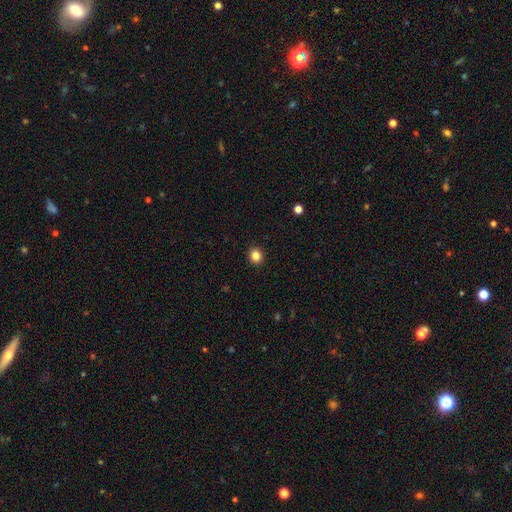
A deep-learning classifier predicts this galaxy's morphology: smooth 84%, star or artifact 12%, featured or disk 4%. Down the decision tree: how rounded — round (84%); merging — none (93%).